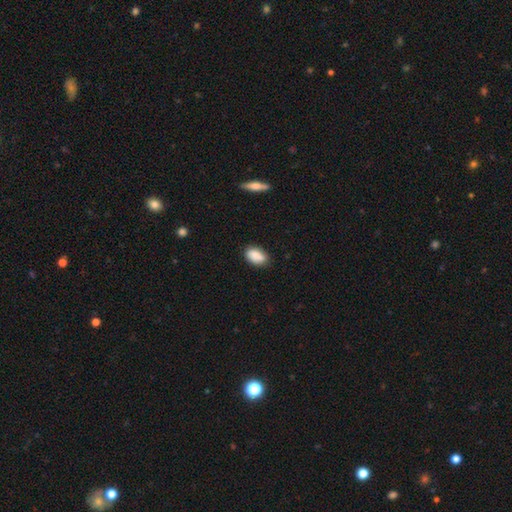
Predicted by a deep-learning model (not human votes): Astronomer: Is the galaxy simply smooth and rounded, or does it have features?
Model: smooth — 87%.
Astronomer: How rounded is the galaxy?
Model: in between — 90%.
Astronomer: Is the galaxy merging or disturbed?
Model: none — 77%.